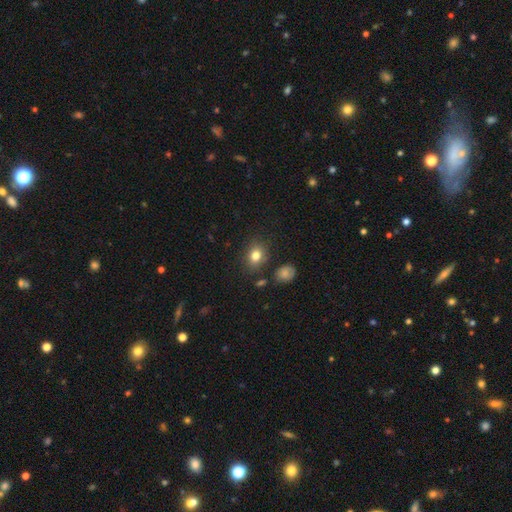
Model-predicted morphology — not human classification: Q: Smooth or featured?
A: smooth (80%); runner-up: star or artifact (11%)
Q: How rounded?
A: in between (52%); runner-up: round (47%)
Q: Merging?
A: none (80%); runner-up: minor disturbance (13%)